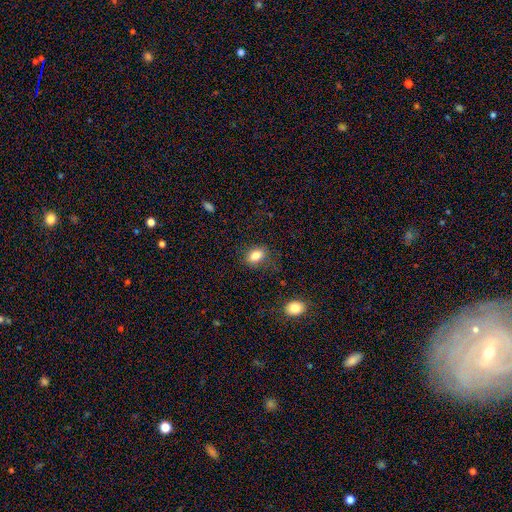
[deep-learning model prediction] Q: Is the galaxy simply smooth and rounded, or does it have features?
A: smooth — 84%.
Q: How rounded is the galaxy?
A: in between — 78%.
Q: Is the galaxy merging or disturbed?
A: none — 82%.